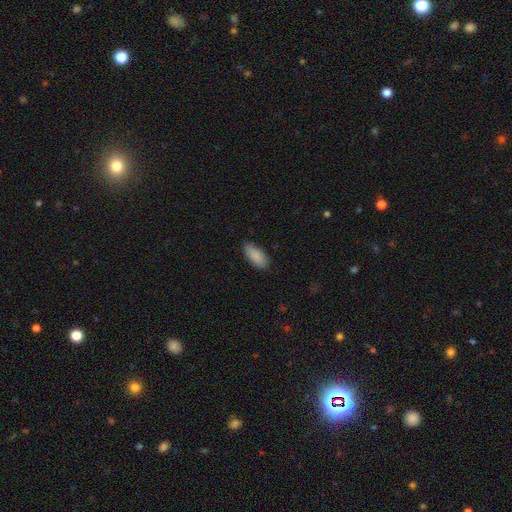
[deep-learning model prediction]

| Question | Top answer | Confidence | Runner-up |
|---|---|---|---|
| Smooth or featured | smooth | 89% | star or artifact (6%) |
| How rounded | in between | 83% | cigar-shaped (15%) |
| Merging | none | 84% | minor disturbance (13%) |